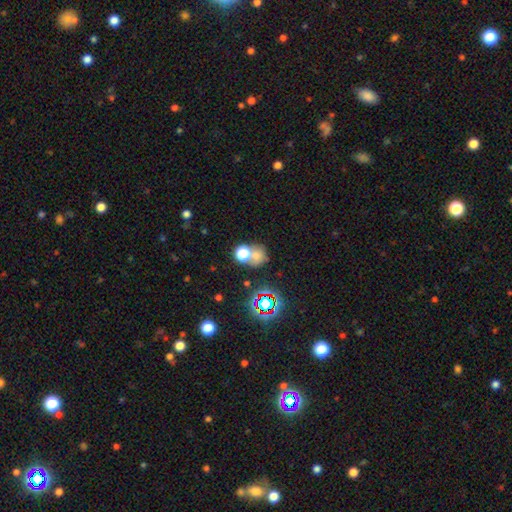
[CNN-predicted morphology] This appears to be a smooth galaxy with no disk features (62%) that is round (71%). Merging: merger (42%, tied with none).